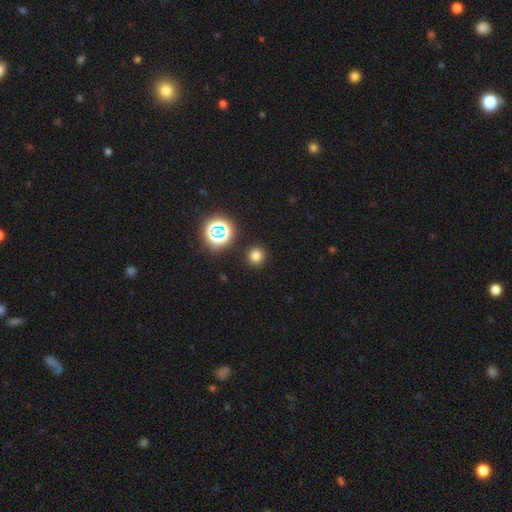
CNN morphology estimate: Smooth or featured?
  - smooth: 74% *
  - star or artifact: 21%
  - featured or disk: 6%
How rounded?
  - round: 93% *
  - in between: 6%
  - cigar-shaped: 1%
Merging?
  - none: 90% *
  - minor disturbance: 6%
  - major disturbance: 2%
  - merger: 2%